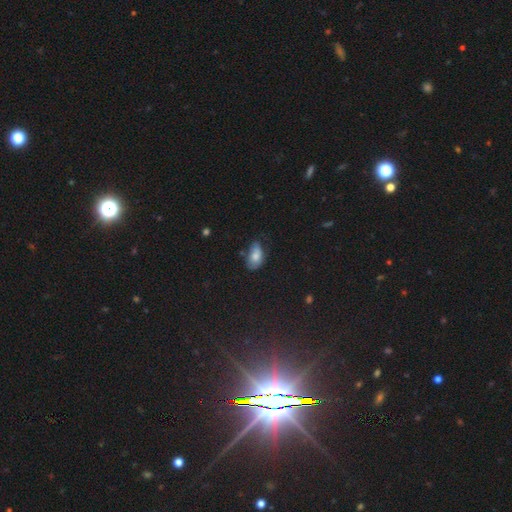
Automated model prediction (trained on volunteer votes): Smooth or featured? smooth (75%)
How rounded? in between (92%)
Merging? none (46%)